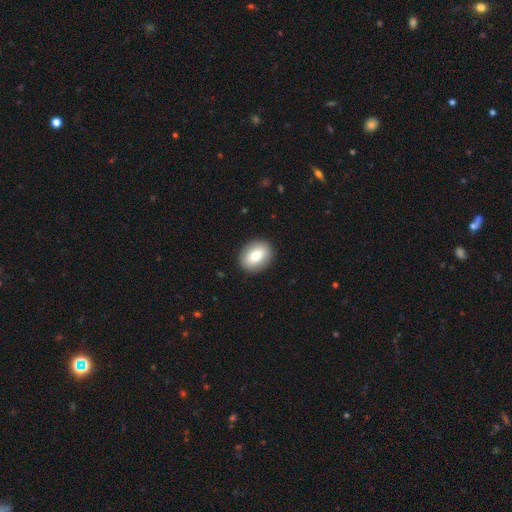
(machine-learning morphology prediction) A smooth galaxy with no disk features (77%) that is in between round and cigar-shaped (64%).

Vote fractions:
- Smooth or featured? smooth: 77% / featured or disk: 15% / star or artifact: 7%
- How rounded? in between: 64% / round: 35% / cigar-shaped: 1%
- Merging? none: 90% / minor disturbance: 7% / major disturbance: 2% / merger: 1%